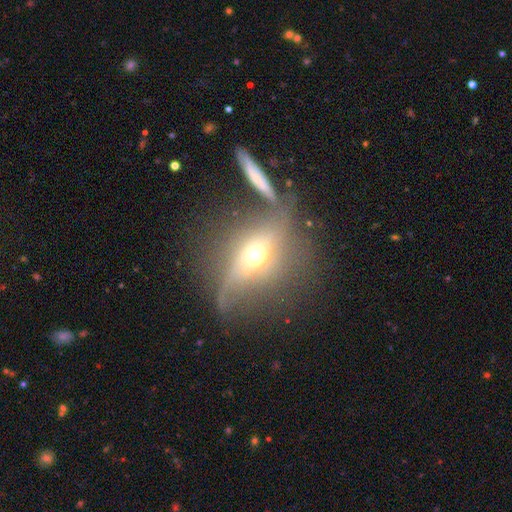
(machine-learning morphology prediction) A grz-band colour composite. It shows a featured or disk galaxy (57%). Merging: none (46%).